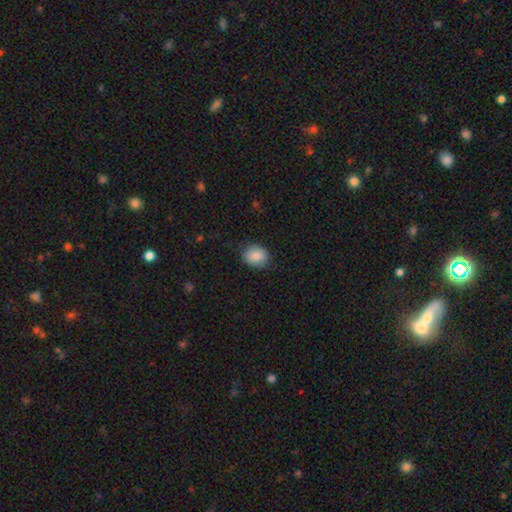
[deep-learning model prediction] smooth_or_featured: smooth (p=0.87) [alt: star or artifact p=0.08]
how_rounded: round (p=0.62) [alt: in between p=0.37]
merging: none (p=0.80) [alt: minor disturbance p=0.15]